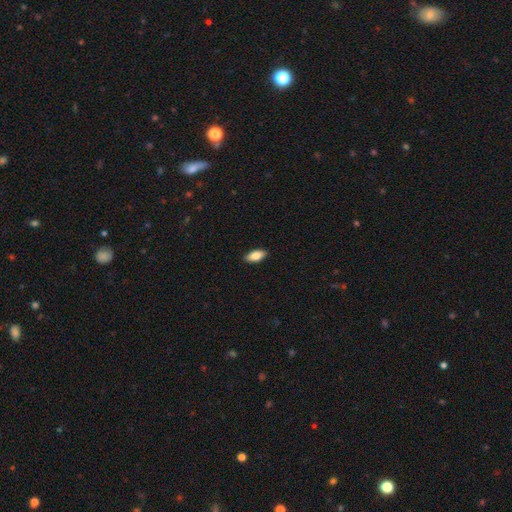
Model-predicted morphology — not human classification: Smooth or featured: smooth — 84% (featured or disk — 10%)
How rounded: in between — 87% (cigar-shaped — 10%)
Merging: none — 89% (minor disturbance — 8%)